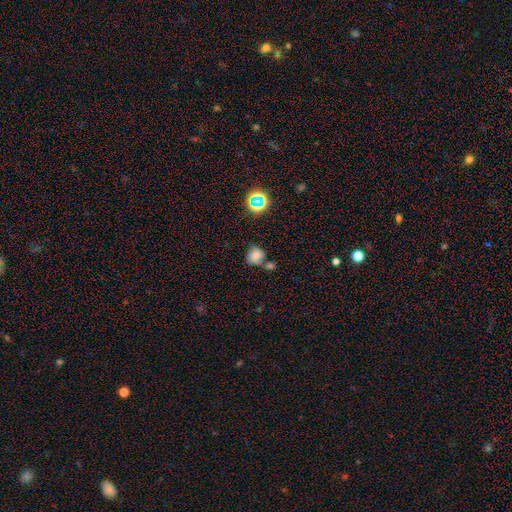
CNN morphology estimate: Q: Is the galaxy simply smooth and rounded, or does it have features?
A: smooth — 71%.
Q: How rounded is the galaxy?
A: round — 78%.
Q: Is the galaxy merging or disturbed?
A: none — 49%.